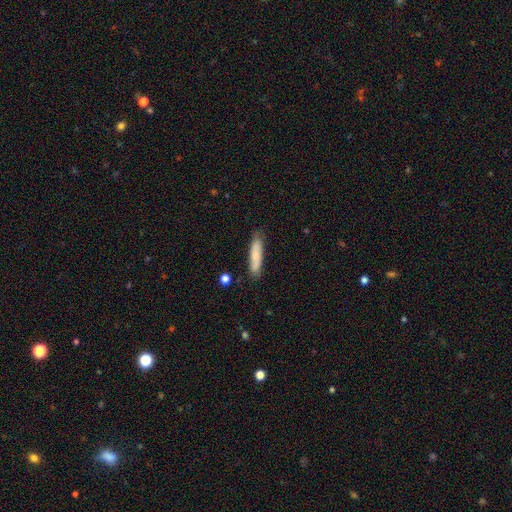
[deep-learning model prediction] A smooth galaxy with no disk features (67%) that is cigar-shaped (76%). Merging: none (79%).